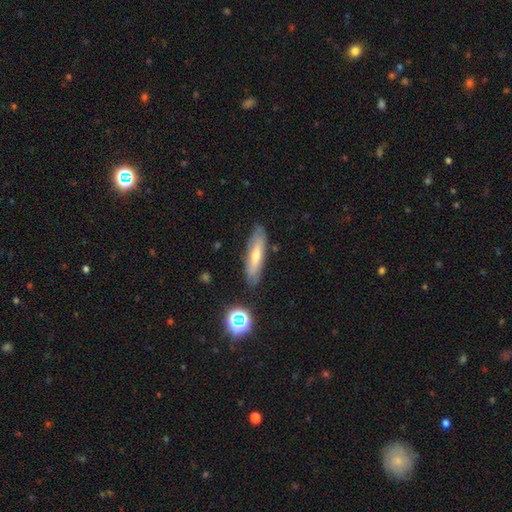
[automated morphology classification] A smooth galaxy with no disk features (47%).

Vote fractions:
- Smooth or featured? smooth: 47% / featured or disk: 43% / star or artifact: 10%
- Merging? none: 81% / minor disturbance: 14% / major disturbance: 3% / merger: 2%